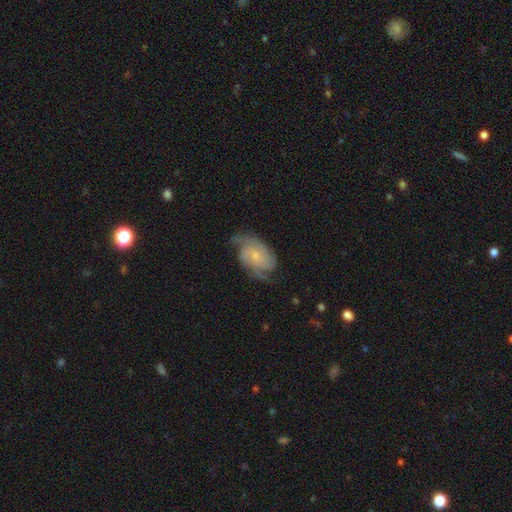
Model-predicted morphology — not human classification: A featured or disk galaxy (80%) with no bar (71%), 2 (40%) medium (42%) spiral arms (95%) and a small central bulge (71%).

Vote fractions:
- Smooth or featured? featured or disk: 80% / smooth: 14% / star or artifact: 6%
- Edge-on disk? no: 97% / yes: 3%
- Bar? no: 71% / weak: 25% / strong: 4%
- Spiral arms? yes: 95% / no: 5%
- Spiral winding? medium: 42% / tight: 40% / loose: 18%
- Spiral arm count? 2: 40% / 3: 25% / can't tell: 19% / 4: 7% / 1: 5% / more than 4: 4%
- Bulge size? small: 71% / moderate: 22% / none: 4% / large: 2% / dominant: 1%
- Merging? none: 64% / minor disturbance: 23% / major disturbance: 12% / merger: 1%